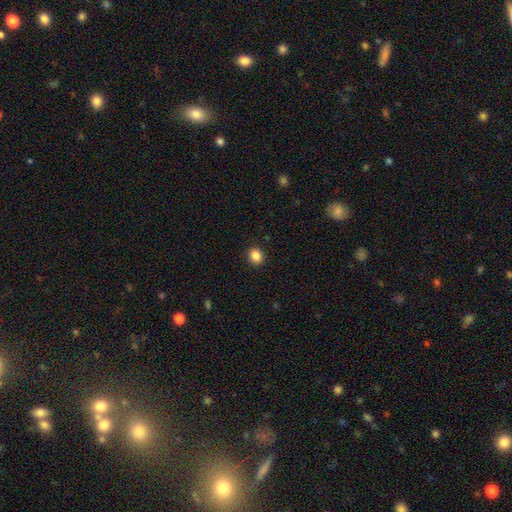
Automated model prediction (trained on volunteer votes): Morphology: type=smooth (86%); roundness=round (74%); merging=none (91%).